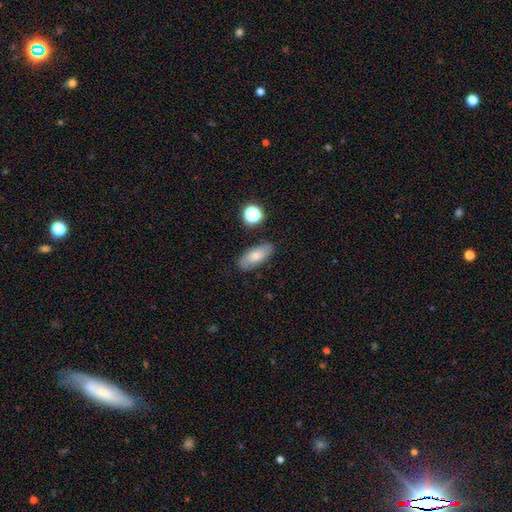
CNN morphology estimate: Smooth or featured? Predicted: smooth (p=0.73). How rounded? Predicted: in between (p=0.83). Merging? Predicted: none (p=0.82).